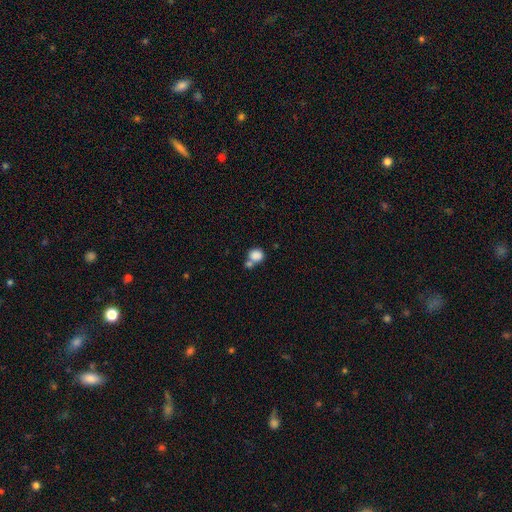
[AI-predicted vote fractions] smooth-or-featured: smooth: 84% | star or artifact: 9% | featured or disk: 6%
  how-rounded: round: 74% | in between: 25% | cigar-shaped: 1%
  merging: none: 44% | merger: 42% | minor disturbance: 10% | major disturbance: 5%